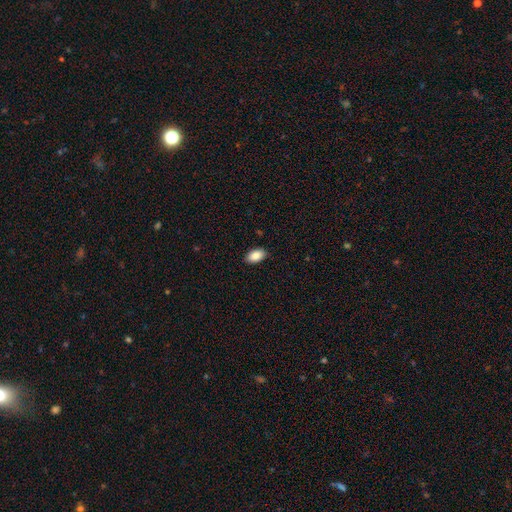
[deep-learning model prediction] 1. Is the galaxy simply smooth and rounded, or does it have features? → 87% smooth, 7% star or artifact, 6% featured or disk.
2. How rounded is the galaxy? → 94% in between, 5% round, 2% cigar-shaped.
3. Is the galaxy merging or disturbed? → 89% none, 8% minor disturbance, 2% major disturbance, 1% merger.